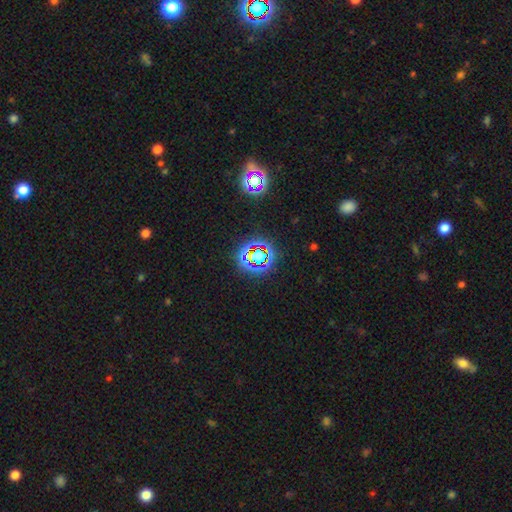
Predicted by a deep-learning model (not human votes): Smooth or featured?
  - star or artifact: 72% *
  - smooth: 18%
  - featured or disk: 10%